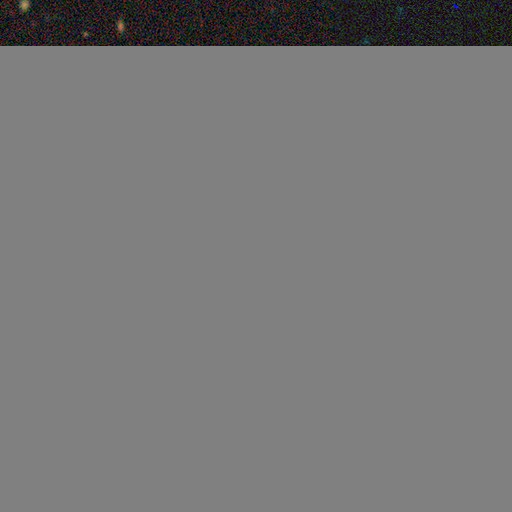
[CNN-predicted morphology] This appears to be a smooth galaxy with no disk features (64%) that is round (55%). Merging: merger (75%).